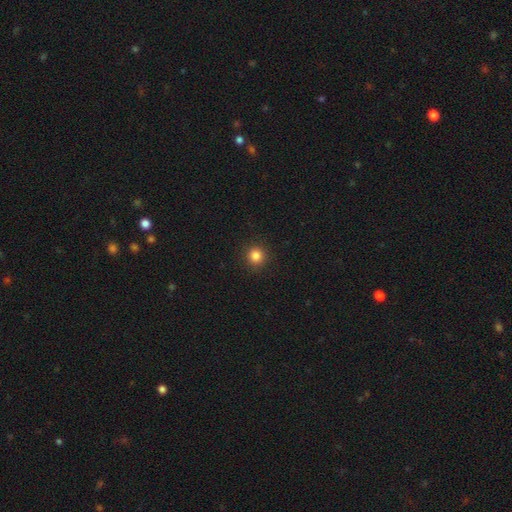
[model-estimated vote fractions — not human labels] smooth 84%, star or artifact 12%, featured or disk 4%. Down the decision tree: how rounded — round (93%); merging — none (92%).